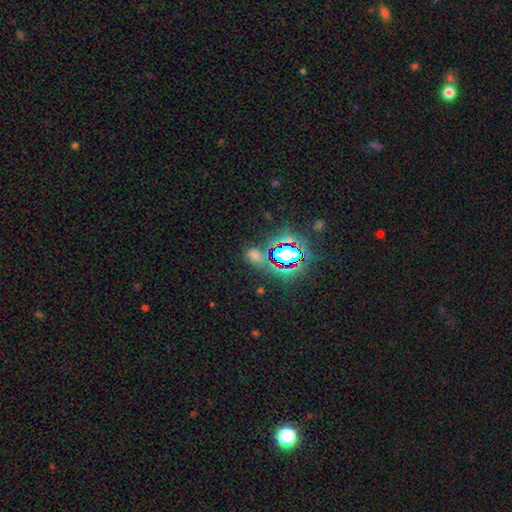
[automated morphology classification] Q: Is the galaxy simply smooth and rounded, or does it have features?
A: smooth — 47%.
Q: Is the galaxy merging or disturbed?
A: none — 69%.